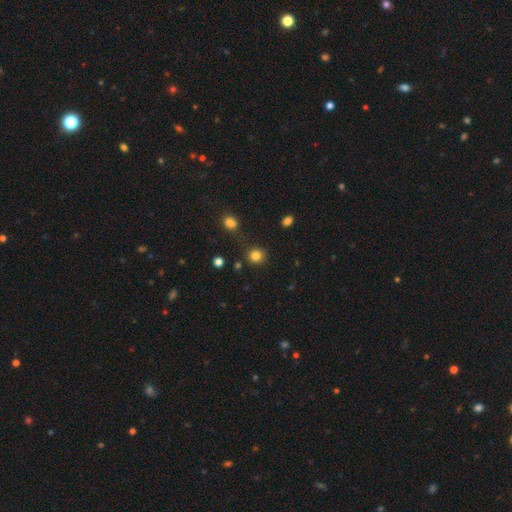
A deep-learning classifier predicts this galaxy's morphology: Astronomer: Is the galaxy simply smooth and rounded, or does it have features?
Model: smooth — 82%.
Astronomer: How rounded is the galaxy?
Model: round — 87%.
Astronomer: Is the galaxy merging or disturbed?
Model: none — 81%.